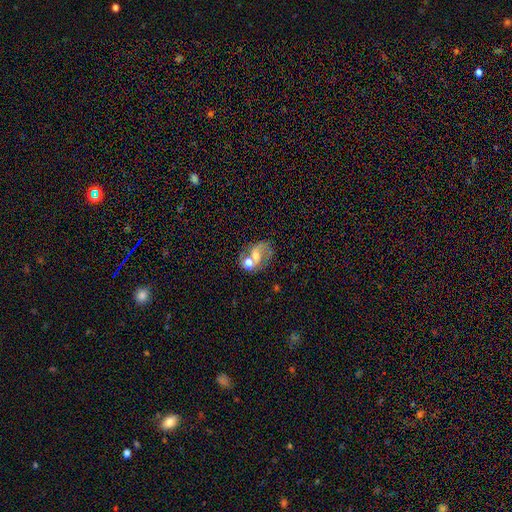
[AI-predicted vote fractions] Smooth or featured: featured or disk — 43% (smooth — 38%)
Merging: none — 34% (merger — 31%)